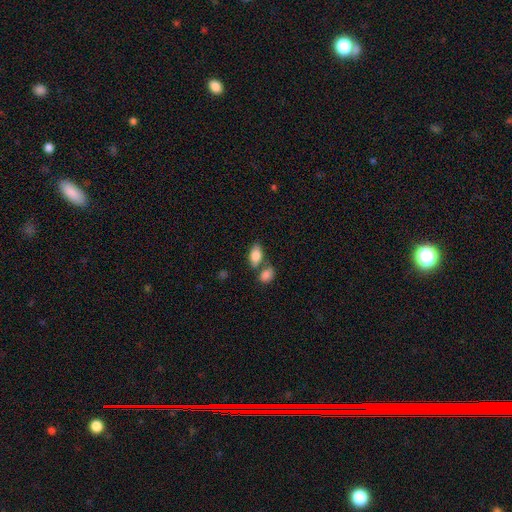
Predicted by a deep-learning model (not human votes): This appears to be a smooth galaxy with no disk features (81%) that is in between round and cigar-shaped (90%). Merging: none (54%).